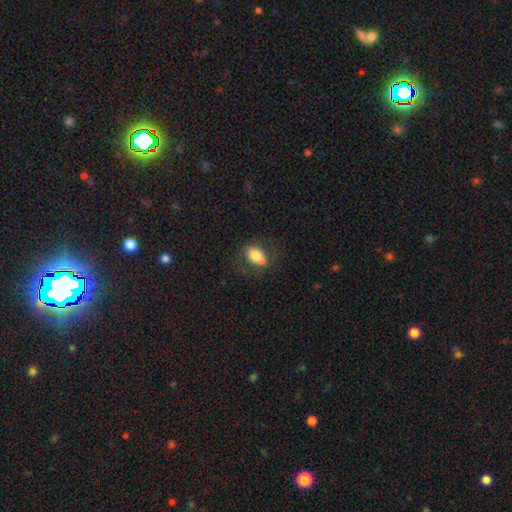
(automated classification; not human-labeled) A smooth galaxy with no disk features (74%) that is in between round and cigar-shaped (65%). Merging: none (50%).